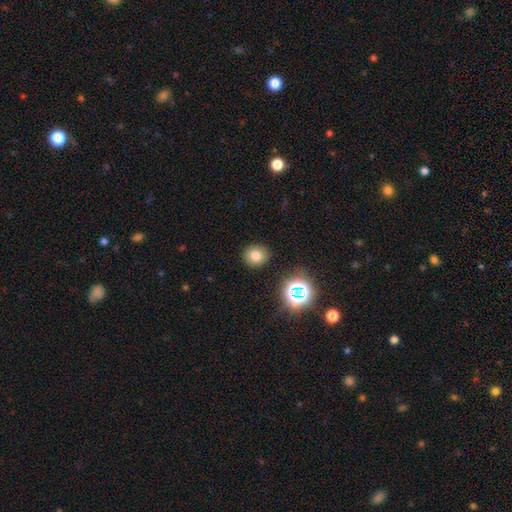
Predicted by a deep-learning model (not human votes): Overall: smooth (74%). How rounded: round (83%). Merging: none (89%).